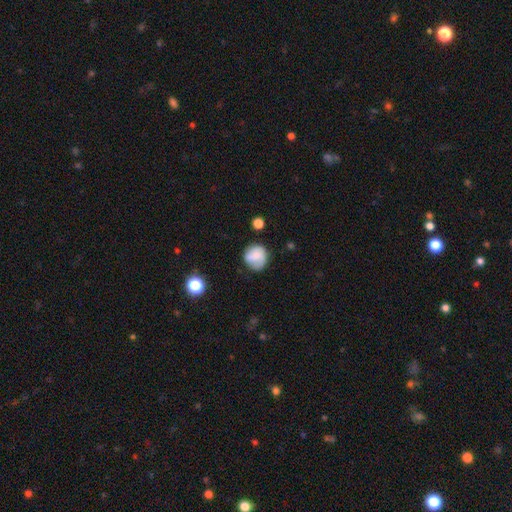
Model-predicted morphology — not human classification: The model was most divided on "merging": none: 66%, minor disturbance: 23%, major disturbance: 8%, merger: 4%. More confident: how rounded — round (84%); smooth or featured — smooth (74%).